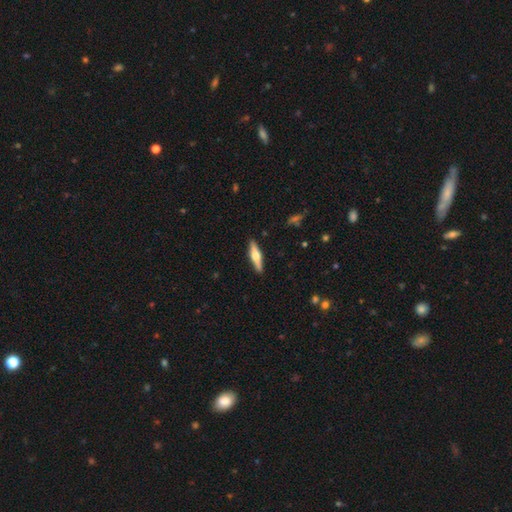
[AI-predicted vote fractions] Q: Smooth or featured?
A: featured or disk (60%); runner-up: smooth (35%)
Q: Edge-on disk?
A: yes (96%); runner-up: no (4%)
Q: Edge-on bulge?
A: rounded (92%); runner-up: boxy (5%)
Q: Merging?
A: none (90%); runner-up: minor disturbance (7%)